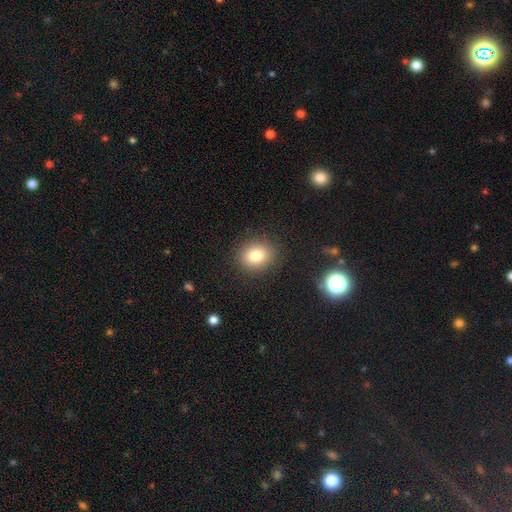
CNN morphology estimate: A smooth galaxy with no disk features (80%) that is round (66%).

Vote fractions:
- Smooth or featured? smooth: 80% / star or artifact: 12% / featured or disk: 8%
- How rounded? round: 66% / in between: 33% / cigar-shaped: 1%
- Merging? none: 89% / minor disturbance: 8% / major disturbance: 3% / merger: 1%